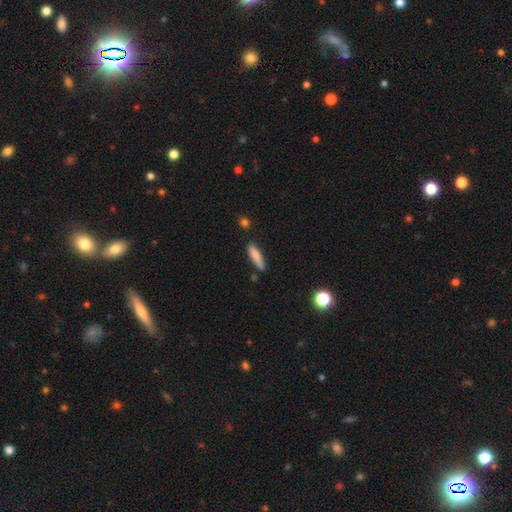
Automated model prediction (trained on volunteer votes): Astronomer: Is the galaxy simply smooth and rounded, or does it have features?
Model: smooth — 79%.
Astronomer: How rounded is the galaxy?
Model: cigar-shaped — 76%.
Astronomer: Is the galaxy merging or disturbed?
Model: none — 74%.